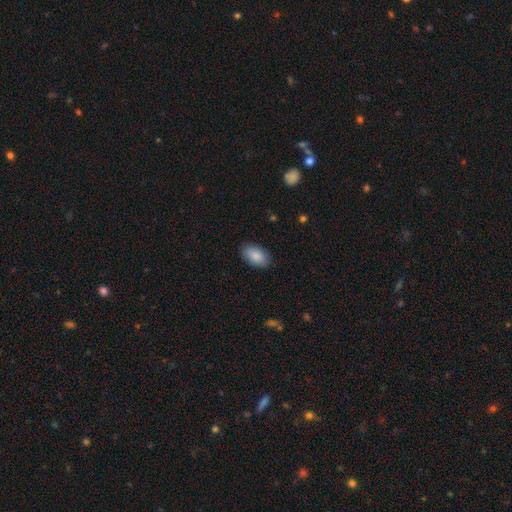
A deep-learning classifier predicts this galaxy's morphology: Smooth or featured? smooth (87%)
How rounded? in between (93%)
Merging? none (87%)